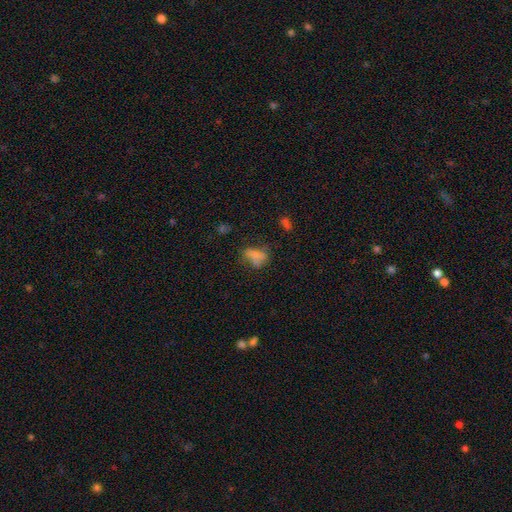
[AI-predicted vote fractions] Smooth or featured? smooth (66%)
How rounded? in between (80%)
Merging? none (39%)